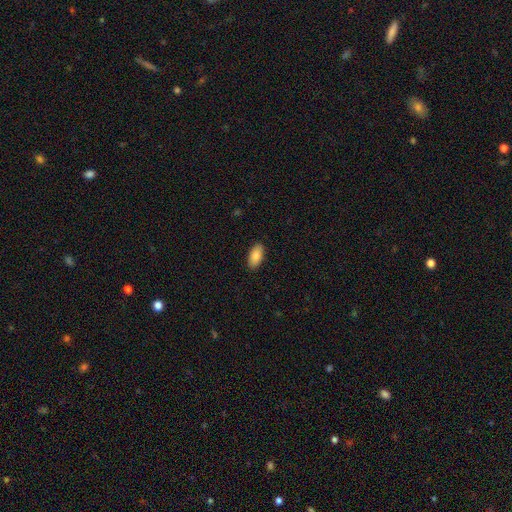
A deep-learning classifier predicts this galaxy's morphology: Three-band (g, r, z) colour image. It shows a smooth galaxy with no disk features (87%) that is in between round and cigar-shaped (93%). Merging: none (89%).